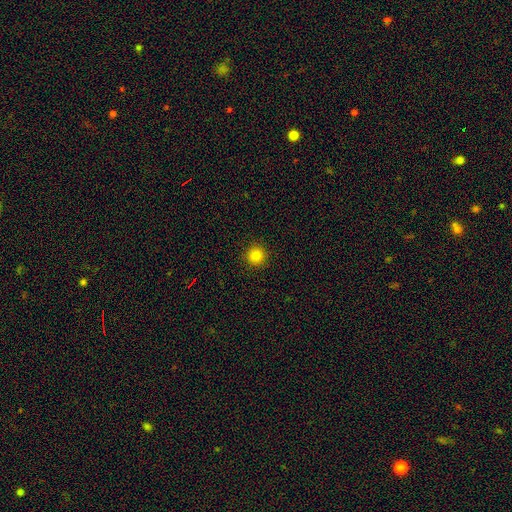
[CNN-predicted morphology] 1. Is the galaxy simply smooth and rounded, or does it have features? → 83% smooth, 13% star or artifact, 5% featured or disk.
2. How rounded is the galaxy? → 95% round, 4% in between, 1% cigar-shaped.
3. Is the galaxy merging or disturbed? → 93% none, 5% minor disturbance, 2% major disturbance, 1% merger.